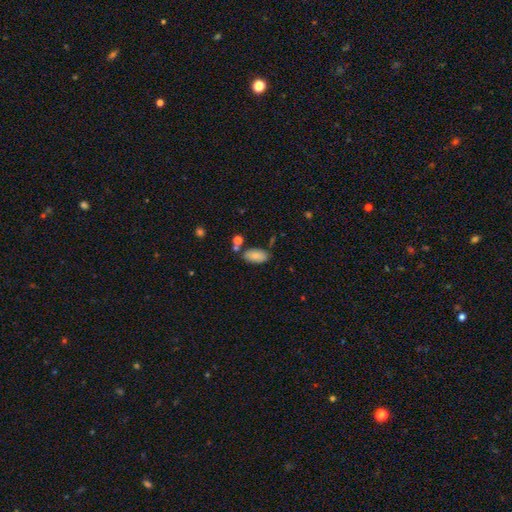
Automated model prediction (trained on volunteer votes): Morphology: type=smooth (81%); roundness=in between (93%); merging=none (74%).